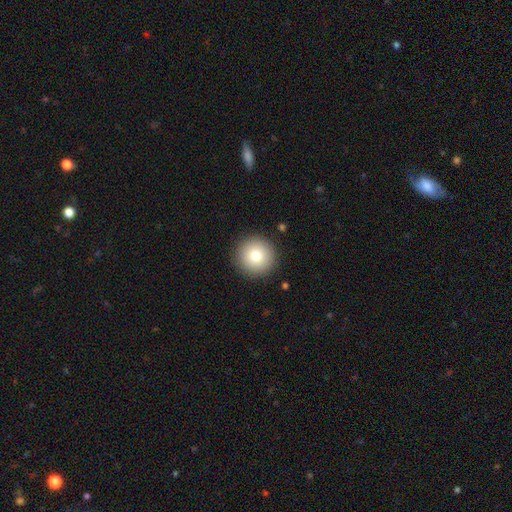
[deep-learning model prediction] Overall: smooth (80%). How rounded: round (96%). Merging: none (91%).